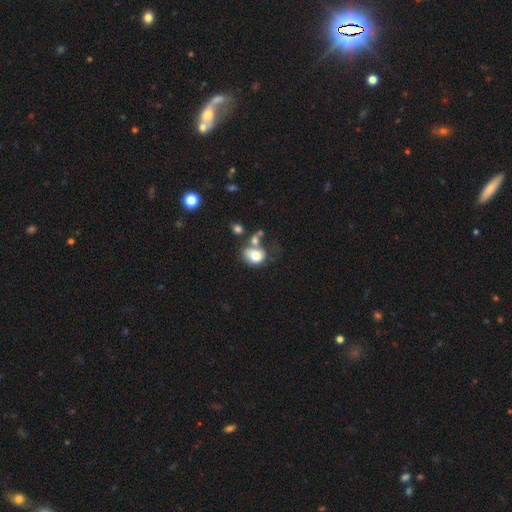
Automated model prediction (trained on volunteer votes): The model was most divided on "merging": merger: 32%, none: 29%, minor disturbance: 21%, major disturbance: 18%. More confident: smooth or featured — smooth (73%); how rounded — in between (55%).